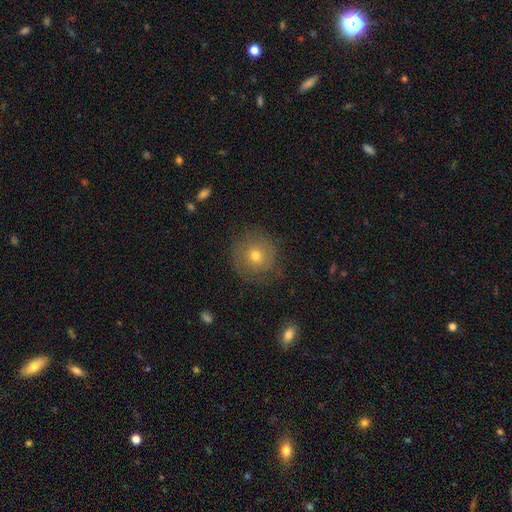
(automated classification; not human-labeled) The model was most divided on "smooth or featured": smooth: 52%, featured or disk: 36%, star or artifact: 12%. More confident: how rounded — round (90%); merging — none (76%).